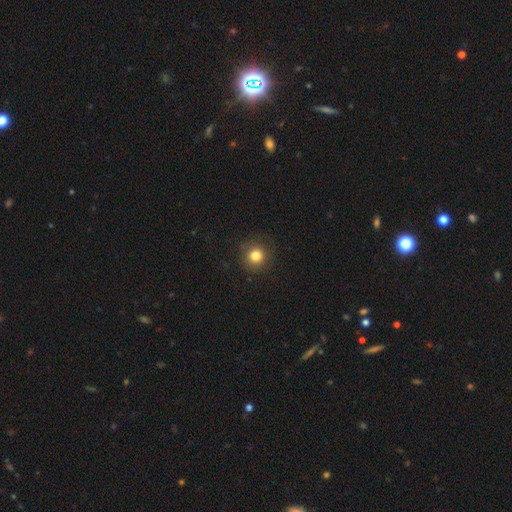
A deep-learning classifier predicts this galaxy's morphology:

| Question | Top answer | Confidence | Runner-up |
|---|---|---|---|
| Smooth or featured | smooth | 81% | star or artifact (13%) |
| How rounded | round | 92% | in between (7%) |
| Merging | none | 88% | minor disturbance (8%) |